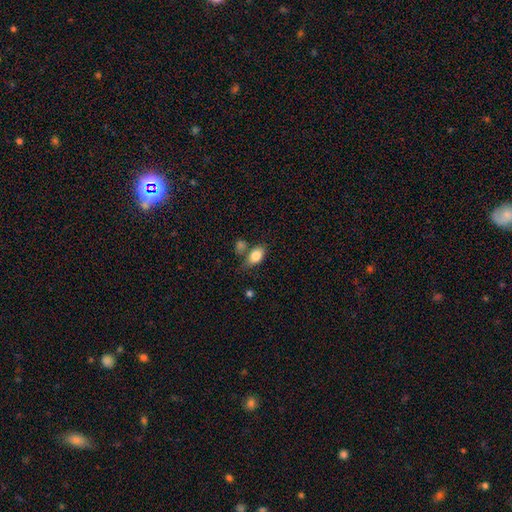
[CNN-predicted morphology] Q: Smooth or featured?
A: smooth (83%); runner-up: featured or disk (9%)
Q: How rounded?
A: in between (87%); runner-up: round (11%)
Q: Merging?
A: none (58%); runner-up: merger (19%)